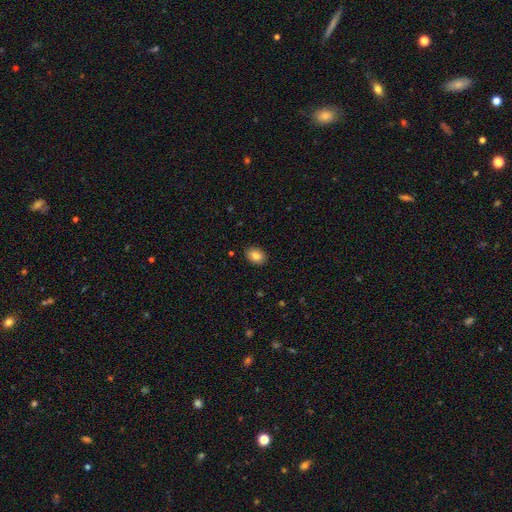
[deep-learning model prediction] smooth-or-featured: smooth: 84% | star or artifact: 8% | featured or disk: 8%
  how-rounded: in between: 75% | round: 24% | cigar-shaped: 1%
  merging: none: 89% | minor disturbance: 8% | major disturbance: 2% | merger: 1%